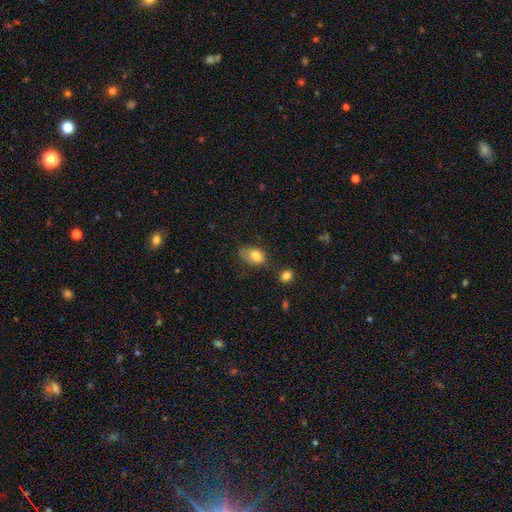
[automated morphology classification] Overall: smooth (82%). How rounded: in between (84%). Merging: none (49%; minor disturbance 33%).